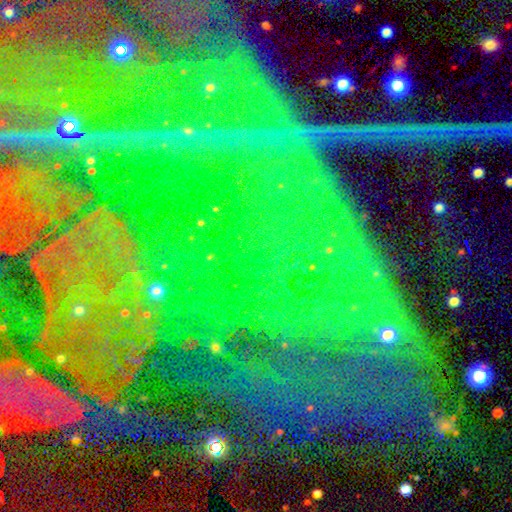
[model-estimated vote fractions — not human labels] Smooth or featured? star or artifact (84%)